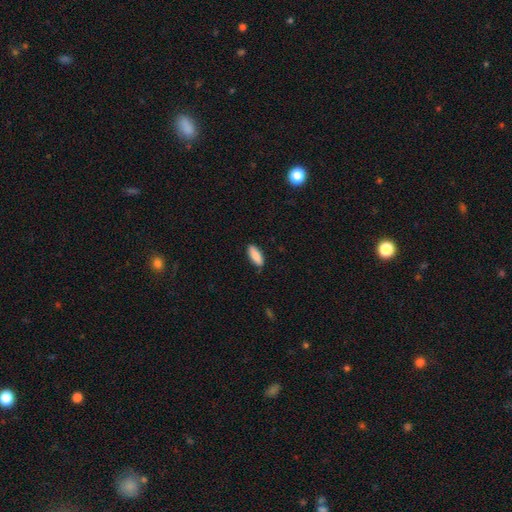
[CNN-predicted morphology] Overall: smooth (88%). How rounded: in between (69%). Merging: none (85%).